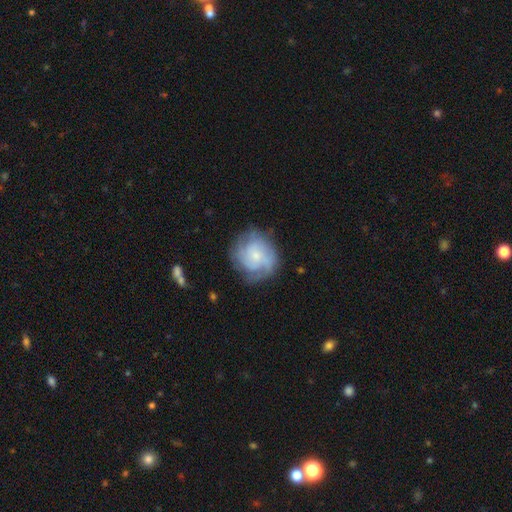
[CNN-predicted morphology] This is likely a featured or disk galaxy (69%). It is clearly not viewed edge-on (98%). Bar: likely no (70%). Spiral arm pattern: clearly yes (90%). Spiral arm count: marginally can't tell (37%). Spiral winding: possibly tight (48%). Central bulge: likely small (63%). Merging: likely none (69%).